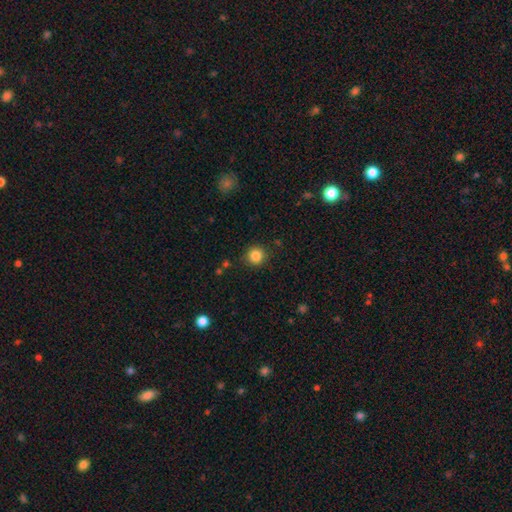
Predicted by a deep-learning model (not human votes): Smooth or featured: smooth — 85% (star or artifact — 11%)
How rounded: round — 93% (in between — 6%)
Merging: none — 88% (minor disturbance — 8%)